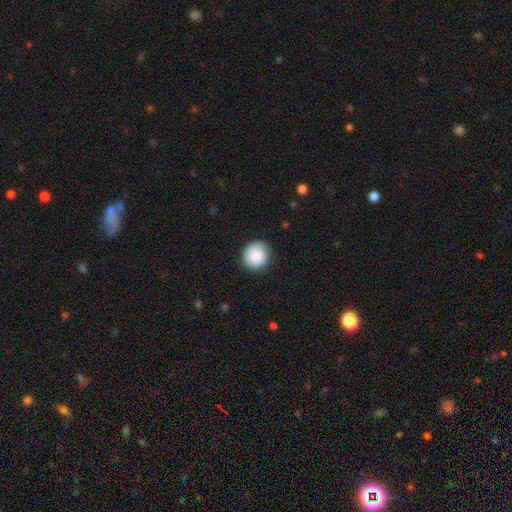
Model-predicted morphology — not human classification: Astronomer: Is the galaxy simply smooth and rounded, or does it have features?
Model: smooth — 83%.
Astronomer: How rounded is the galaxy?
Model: round — 90%.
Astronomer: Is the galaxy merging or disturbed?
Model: none — 85%.